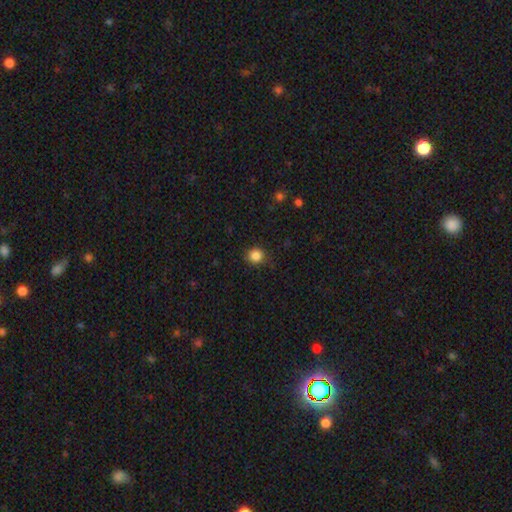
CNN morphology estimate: Smooth or featured: smooth — 86% (star or artifact — 11%)
How rounded: round — 87% (in between — 12%)
Merging: none — 86% (minor disturbance — 11%)